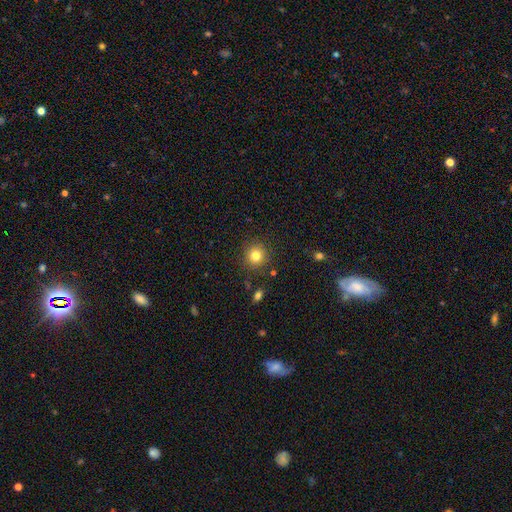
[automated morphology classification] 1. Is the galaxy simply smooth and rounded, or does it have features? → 81% smooth, 12% star or artifact, 7% featured or disk.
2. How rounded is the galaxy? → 91% round, 8% in between, 1% cigar-shaped.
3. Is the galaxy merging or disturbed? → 88% none, 7% minor disturbance, 2% major disturbance, 2% merger.